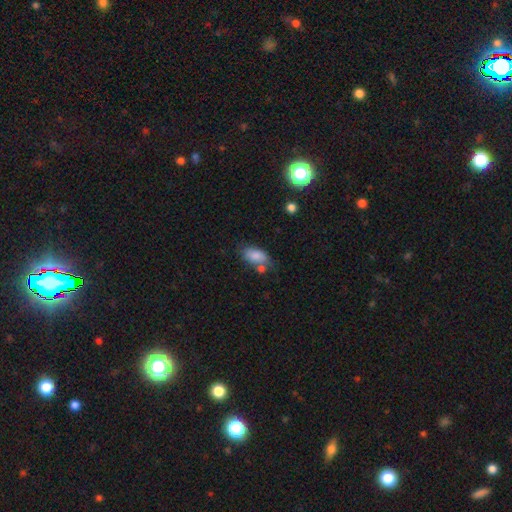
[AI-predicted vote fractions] Smooth or featured? smooth (83%)
How rounded? in between (90%)
Merging? none (52%)